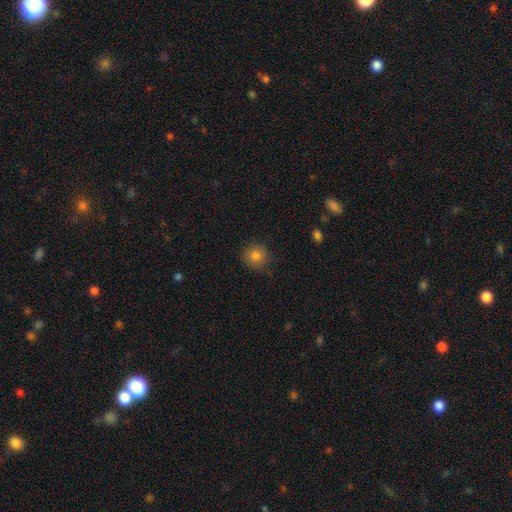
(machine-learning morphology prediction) Smooth or featured: smooth — 82% (star or artifact — 11%)
How rounded: round — 91% (in between — 8%)
Merging: none — 85% (minor disturbance — 11%)